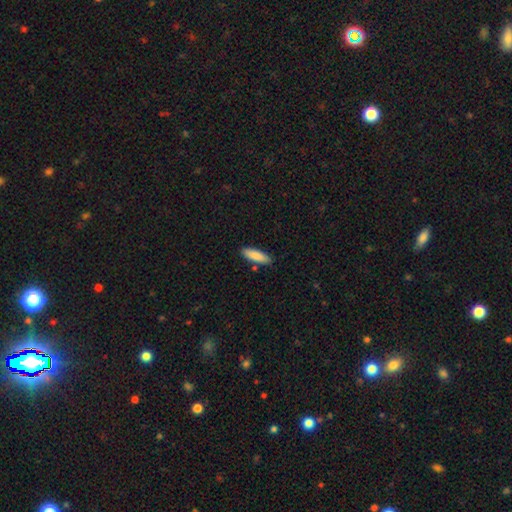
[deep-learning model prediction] A smooth galaxy with no disk features (86%) that is cigar-shaped (53%). Merging: none (85%).